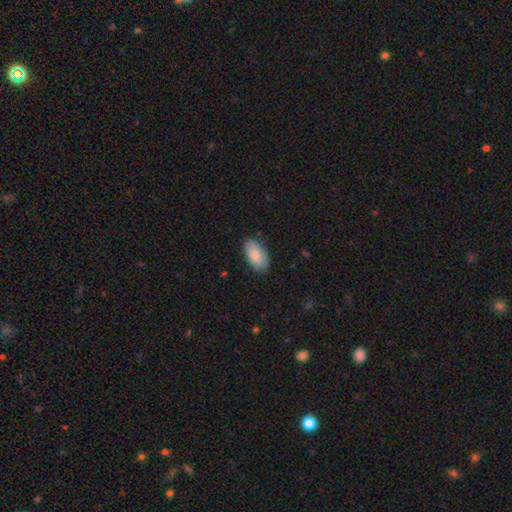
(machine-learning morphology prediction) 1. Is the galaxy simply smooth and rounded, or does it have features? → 87% smooth, 7% featured or disk, 6% star or artifact.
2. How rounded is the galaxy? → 94% in between, 3% cigar-shaped, 2% round.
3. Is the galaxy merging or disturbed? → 82% none, 14% minor disturbance, 3% major disturbance, 1% merger.